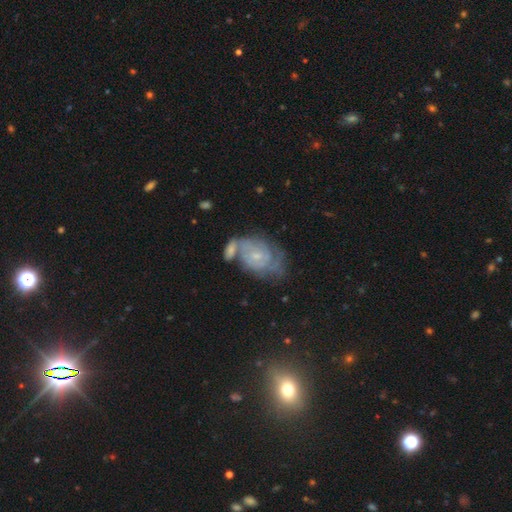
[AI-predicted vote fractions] Smooth or featured: featured or disk — 78% (smooth — 13%)
Edge-on disk: no — 97% (yes — 3%)
Bar: no — 63% (weak — 31%)
Spiral arms: yes — 92% (no — 8%)
Spiral winding: tight — 62% (medium — 31%)
Spiral arm count: 2 — 41% (can't tell — 32%)
Bulge size: small — 69% (moderate — 25%)
Merging: none — 45% (merger — 26%)